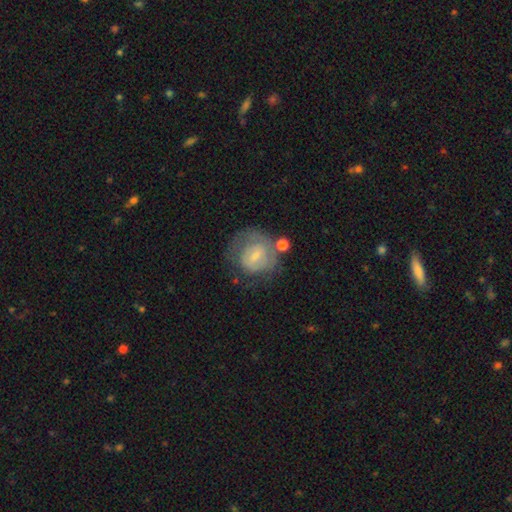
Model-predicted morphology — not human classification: Smooth or featured? featured or disk (54%)
Edge-on disk? no (97%)
Bar? weak (52%)
Spiral arms? yes (60%)
Bulge size? small (58%)
Merging? none (45%)